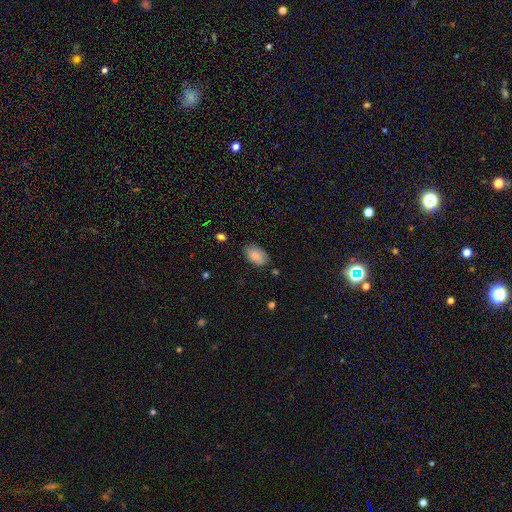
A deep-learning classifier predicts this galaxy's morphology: Smooth or featured: smooth — 86% (star or artifact — 7%)
How rounded: in between — 94% (round — 5%)
Merging: none — 78% (minor disturbance — 17%)